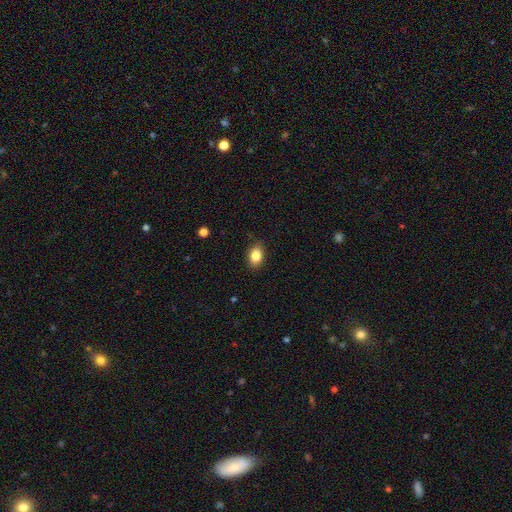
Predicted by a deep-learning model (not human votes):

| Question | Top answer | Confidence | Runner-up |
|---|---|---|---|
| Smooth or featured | smooth | 85% | star or artifact (8%) |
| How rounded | in between | 82% | round (16%) |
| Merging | none | 87% | minor disturbance (10%) |